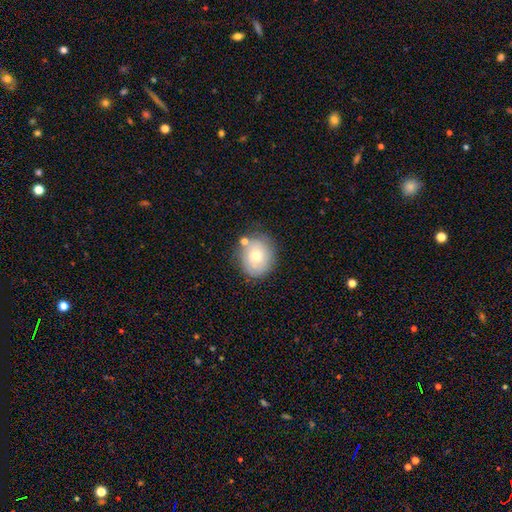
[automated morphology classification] Overall: smooth (64%; featured or disk 27%). How rounded: round (71%). Merging: none (71%).